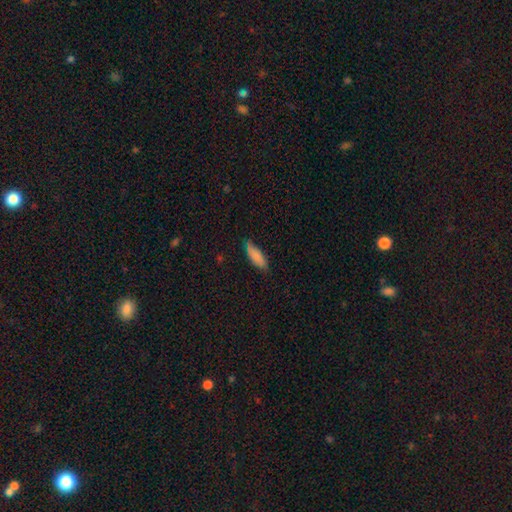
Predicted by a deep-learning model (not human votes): Smooth or featured? Predicted: smooth (p=0.84). How rounded? Predicted: in between (p=0.61). Merging? Predicted: none (p=0.71).